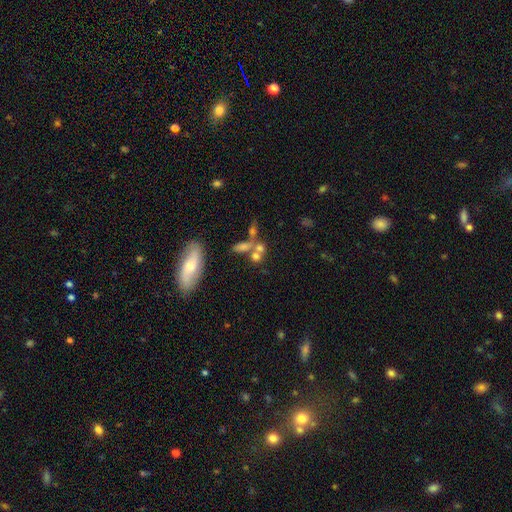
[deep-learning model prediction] This is likely a smooth galaxy (63%). How rounded: marginally in between (45%). Merging: possibly merger (45%).